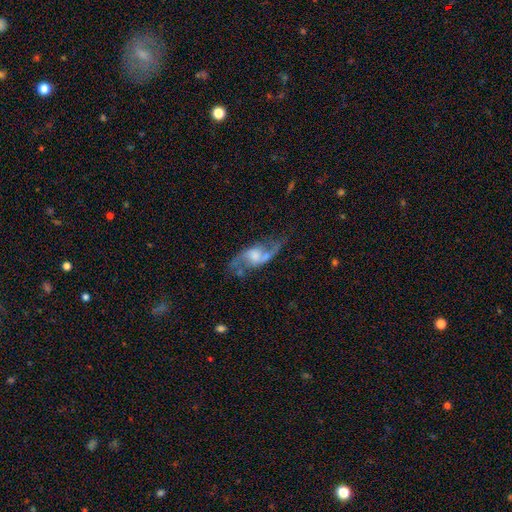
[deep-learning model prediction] This is clearly a featured or disk galaxy (81%). It is clearly not viewed edge-on (92%). Bar: marginally no (45%). Spiral arm pattern: clearly yes (92%). Spiral arm count: clearly 2 (90%). Spiral winding: likely loose (66%). Central bulge: marginally moderate (40%). Merging: likely none (63%).